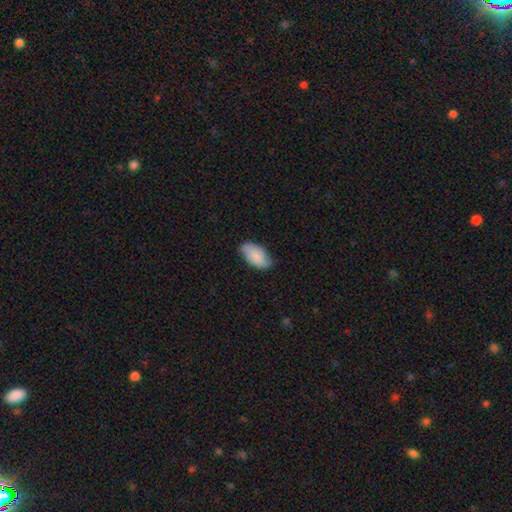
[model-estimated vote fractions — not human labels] Smooth or featured? Predicted: smooth (p=0.81). How rounded? Predicted: in between (p=0.94). Merging? Predicted: none (p=0.74).